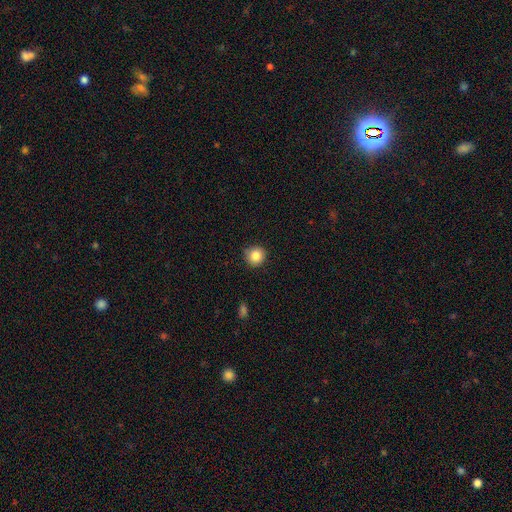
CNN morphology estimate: This appears to be a smooth galaxy with no disk features (85%) that is round (92%). Merging: none (87%).